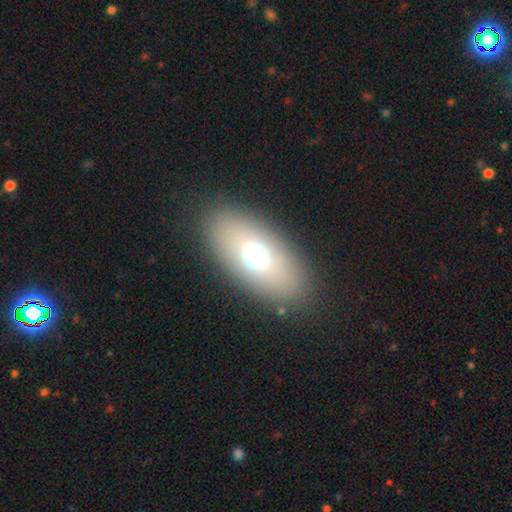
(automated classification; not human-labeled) Smooth or featured? smooth (62%)
How rounded? in between (86%)
Merging? none (85%)